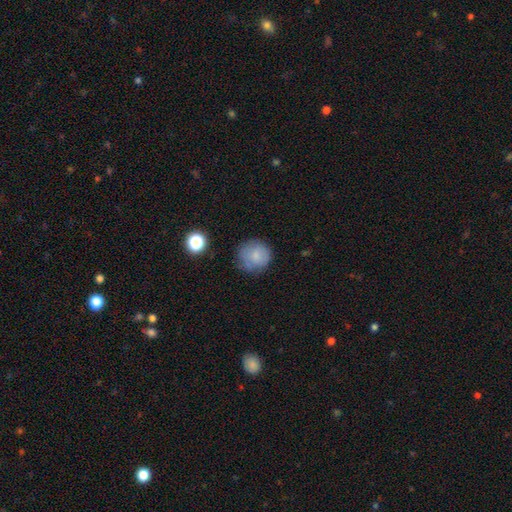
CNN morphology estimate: This appears to be a smooth galaxy with no disk features (77%) that is round (90%). Merging: none (71%).